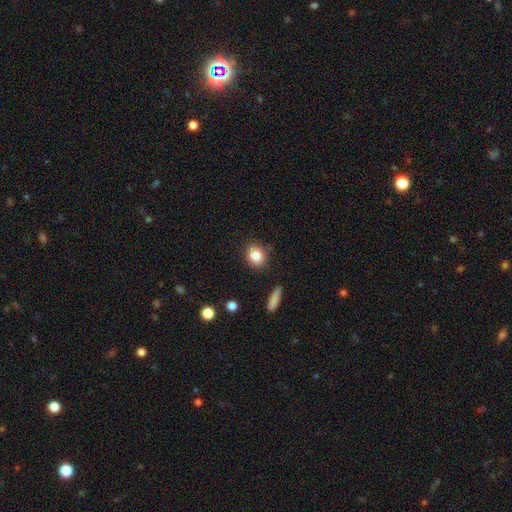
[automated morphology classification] type=smooth (84%); roundness=round (62%); merging=none (84%).